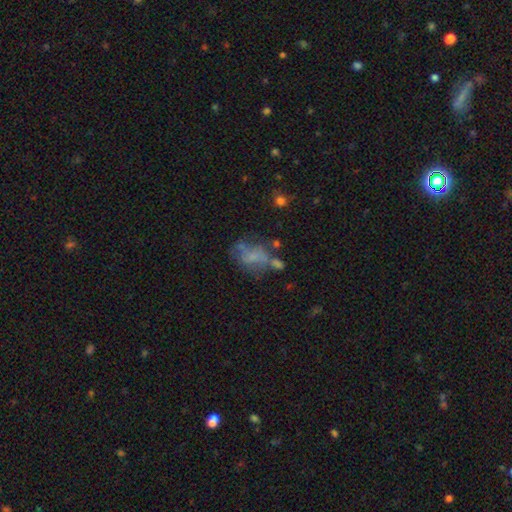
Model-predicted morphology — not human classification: This appears to be a smooth galaxy with no disk features (45%). Merging: none (36%).